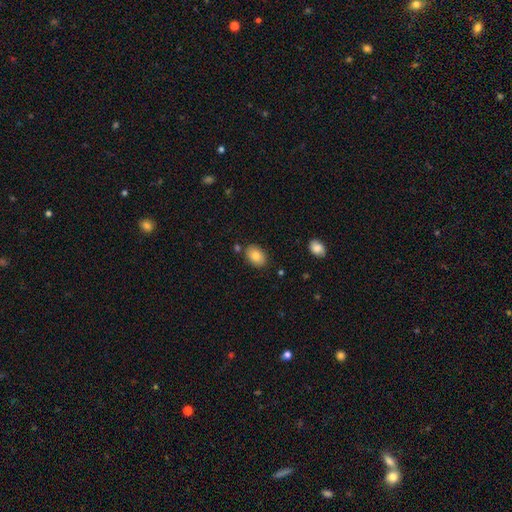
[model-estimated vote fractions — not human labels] A smooth galaxy with no disk features (83%) that is in between round and cigar-shaped (83%). Merging: none (82%).